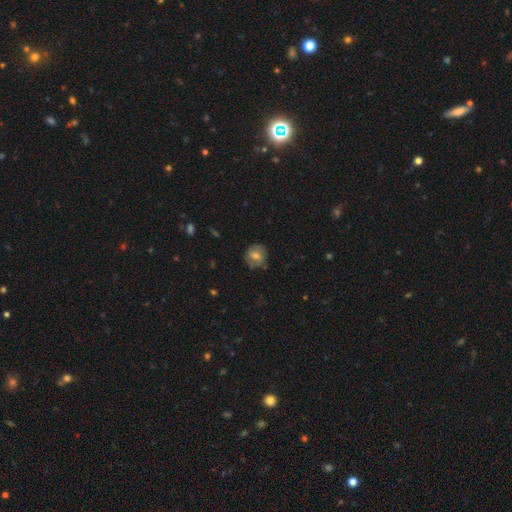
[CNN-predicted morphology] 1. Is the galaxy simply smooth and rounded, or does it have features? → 60% smooth, 30% featured or disk, 10% star or artifact.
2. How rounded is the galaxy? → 79% round, 20% in between, 1% cigar-shaped.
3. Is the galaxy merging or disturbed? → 70% none, 22% minor disturbance, 6% major disturbance, 1% merger.